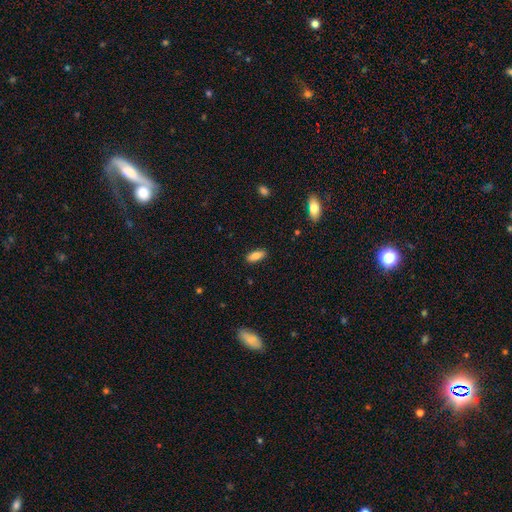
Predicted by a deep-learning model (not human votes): A smooth galaxy with no disk features (79%) that is in between round and cigar-shaped (77%).

Vote fractions:
- Smooth or featured? smooth: 79% / featured or disk: 14% / star or artifact: 7%
- How rounded? in between: 77% / cigar-shaped: 21% / round: 2%
- Merging? none: 89% / minor disturbance: 8% / major disturbance: 2% / merger: 1%